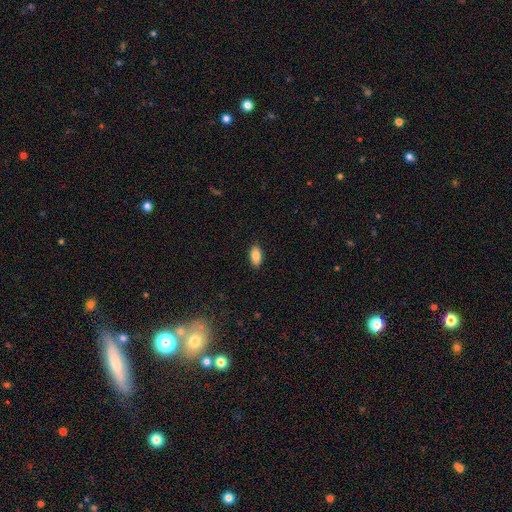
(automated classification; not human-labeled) Smooth or featured: smooth — 85% (featured or disk — 8%)
How rounded: in between — 92% (cigar-shaped — 5%)
Merging: none — 88% (minor disturbance — 9%)